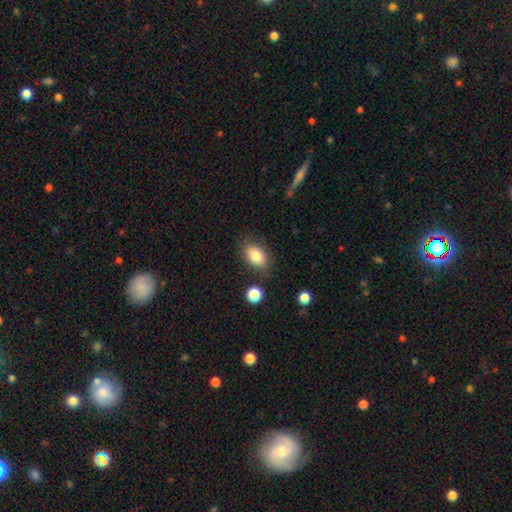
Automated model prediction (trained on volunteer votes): This appears to be a smooth galaxy with no disk features (82%) that is in between round and cigar-shaped (86%). Merging: none (77%).